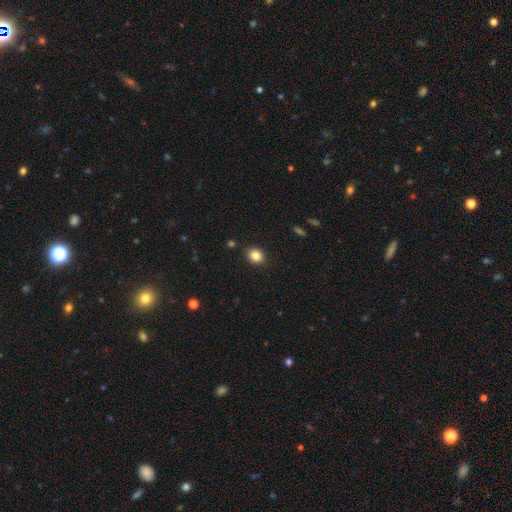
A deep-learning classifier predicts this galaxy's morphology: smooth 84%, star or artifact 10%, featured or disk 5%. Down the decision tree: how rounded — round (57%); merging — none (89%).